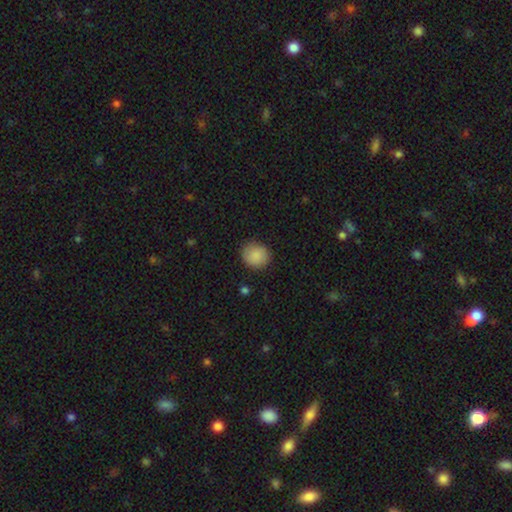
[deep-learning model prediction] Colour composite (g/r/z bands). It shows a smooth galaxy with no disk features (87%) that is round (83%). Merging: none (85%).